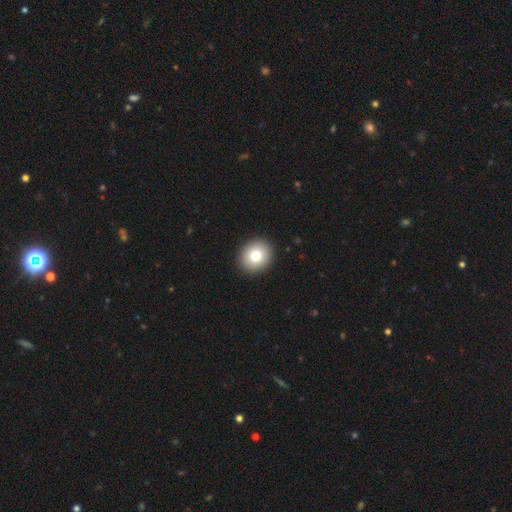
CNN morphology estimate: smooth-or-featured: smooth: 79% | featured or disk: 11% | star or artifact: 10%
  how-rounded: round: 77% | in between: 22% | cigar-shaped: 1%
  merging: none: 92% | minor disturbance: 5% | major disturbance: 2% | merger: 1%